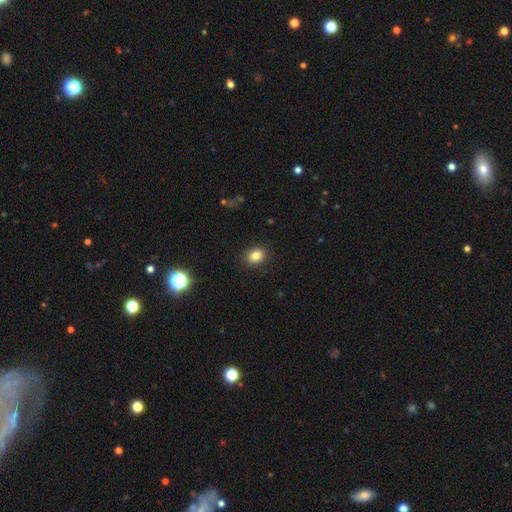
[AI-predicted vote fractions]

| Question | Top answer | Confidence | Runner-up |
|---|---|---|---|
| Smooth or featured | smooth | 83% | star or artifact (11%) |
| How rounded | in between | 61% | round (38%) |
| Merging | none | 88% | minor disturbance (9%) |